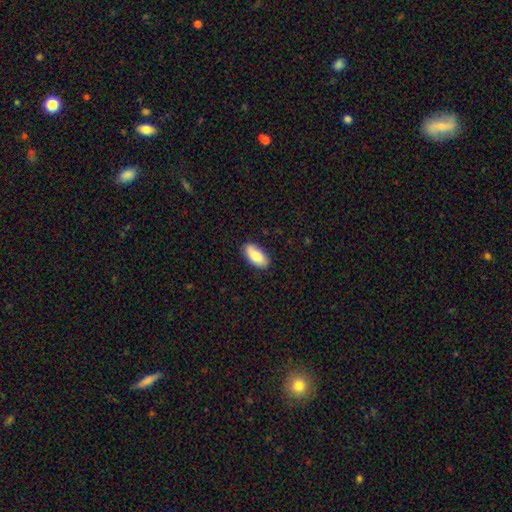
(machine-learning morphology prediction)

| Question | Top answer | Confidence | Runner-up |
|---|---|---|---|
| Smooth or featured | smooth | 83% | featured or disk (11%) |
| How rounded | in between | 92% | cigar-shaped (6%) |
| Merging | none | 86% | minor disturbance (11%) |